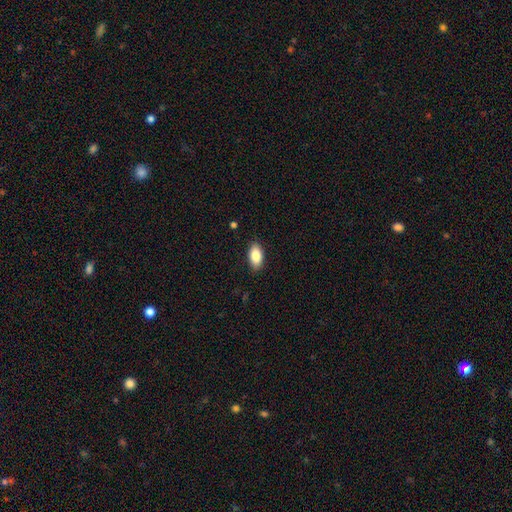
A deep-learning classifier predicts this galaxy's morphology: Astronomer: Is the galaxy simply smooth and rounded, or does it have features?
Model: smooth — 87%.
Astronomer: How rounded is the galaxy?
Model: in between — 92%.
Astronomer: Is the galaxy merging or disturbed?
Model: none — 87%.